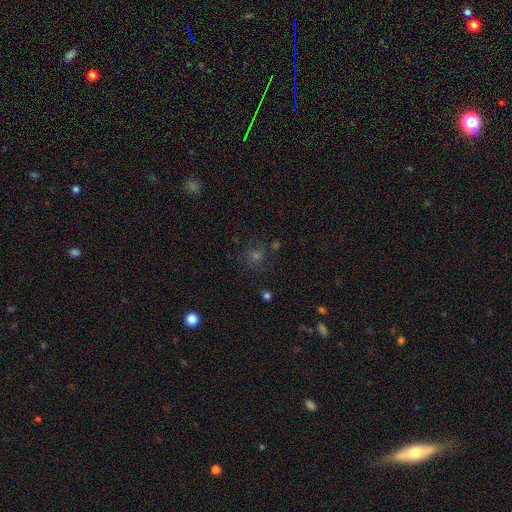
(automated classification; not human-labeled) star or artifact 42% (tied), smooth 42% (tied), featured or disk 16%.